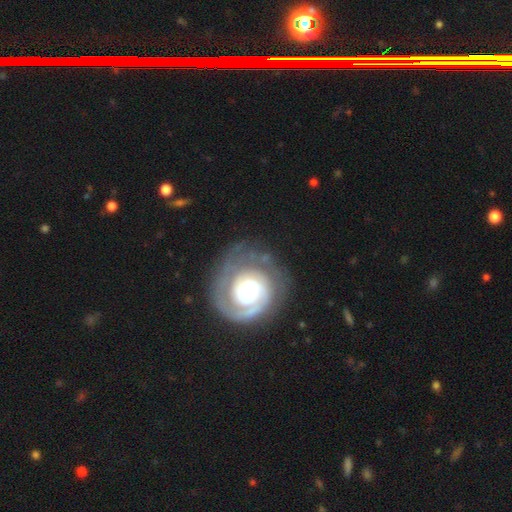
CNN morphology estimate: The model was most divided on "bulge size": large: 44%, moderate: 38%, dominant: 9%, small: 6%, none: 2%. More confident: edge-on disk — no (96%); spiral arms — yes (79%); merging — none (76%); bar — no (73%); smooth or featured — featured or disk (66%).